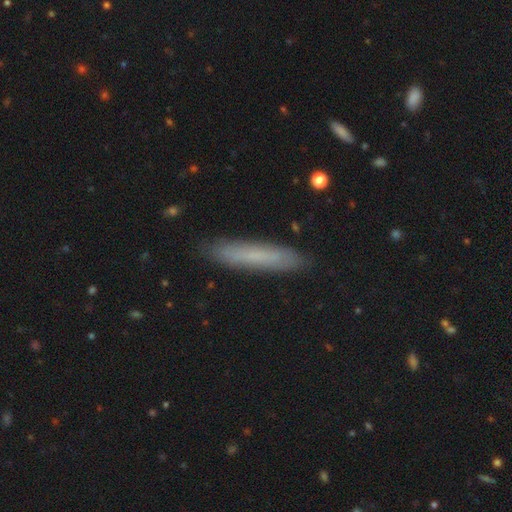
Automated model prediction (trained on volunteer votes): smooth_or_featured: smooth (p=0.66) [alt: featured or disk p=0.25]
how_rounded: cigar-shaped (p=0.90) [alt: in between p=0.09]
merging: none (p=0.88) [alt: minor disturbance p=0.09]